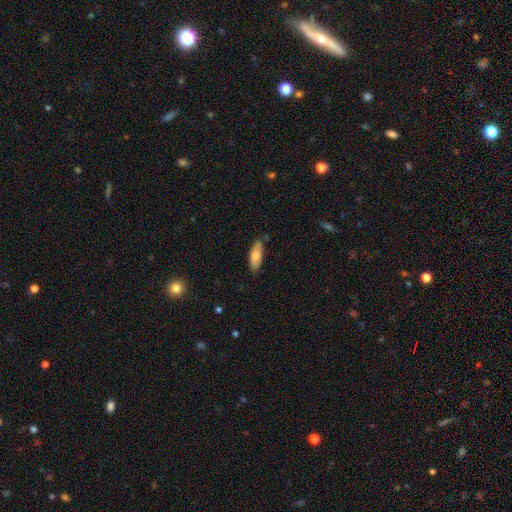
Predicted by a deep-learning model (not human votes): Smooth or featured: smooth — 74% (featured or disk — 20%)
How rounded: in between — 62% (cigar-shaped — 36%)
Merging: none — 84% (minor disturbance — 13%)